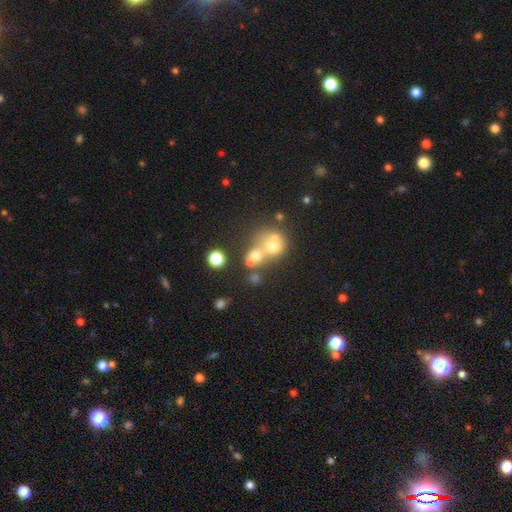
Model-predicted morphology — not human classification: type=smooth (59%); roundness=round (73%); merging=merger (58%).